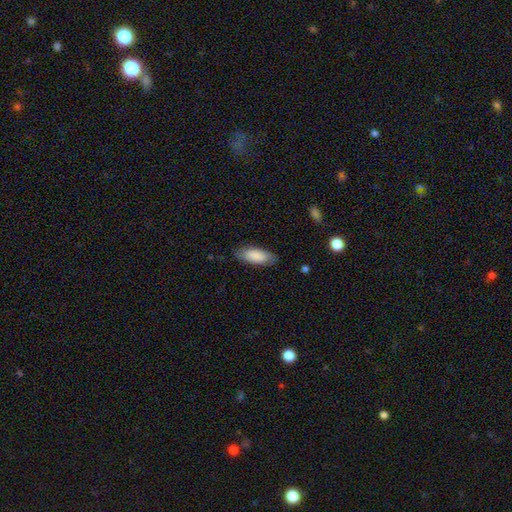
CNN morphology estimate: Smooth or featured? Predicted: smooth (p=0.85). How rounded? Predicted: in between (p=0.77). Merging? Predicted: none (p=0.84).